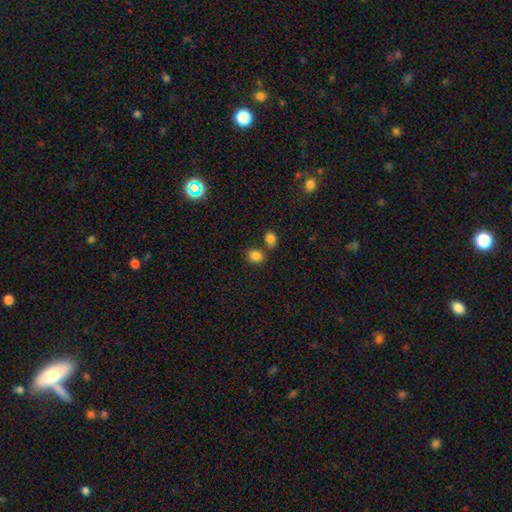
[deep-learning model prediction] smooth-or-featured: smooth: 84% | star or artifact: 11% | featured or disk: 5%
  how-rounded: round: 51% | in between: 48% | cigar-shaped: 1%
  merging: none: 62% | merger: 24% | minor disturbance: 10% | major disturbance: 3%